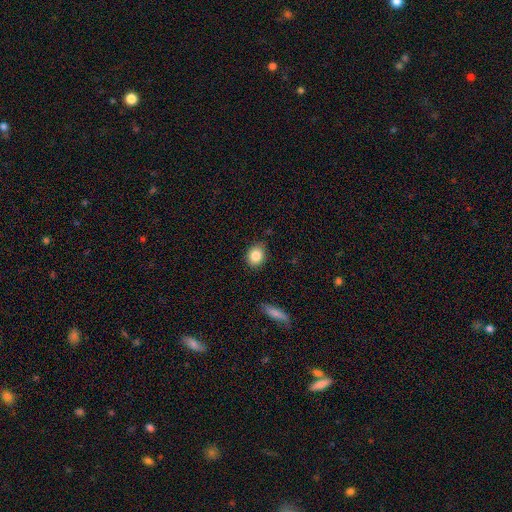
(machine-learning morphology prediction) A smooth galaxy with no disk features (85%) that is round (51%).

Vote fractions:
- Smooth or featured? smooth: 85% / star or artifact: 8% / featured or disk: 7%
- How rounded? round: 51% / in between: 47% / cigar-shaped: 1%
- Merging? none: 83% / minor disturbance: 13% / major disturbance: 2% / merger: 2%